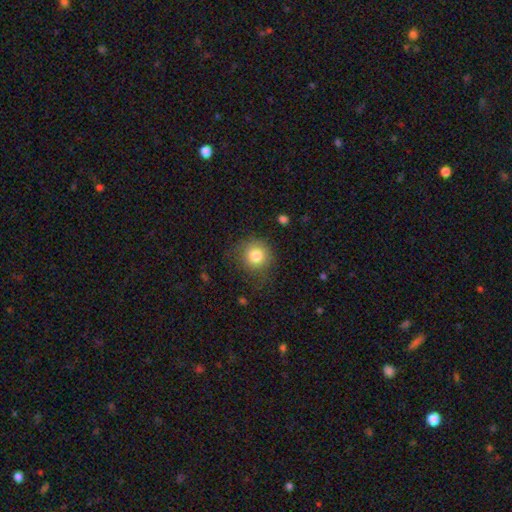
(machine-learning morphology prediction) Smooth or featured?
  - smooth: 81% *
  - star or artifact: 10%
  - featured or disk: 9%
How rounded?
  - round: 91% *
  - in between: 9%
  - cigar-shaped: 1%
Merging?
  - none: 74% *
  - minor disturbance: 17%
  - major disturbance: 7%
  - merger: 1%